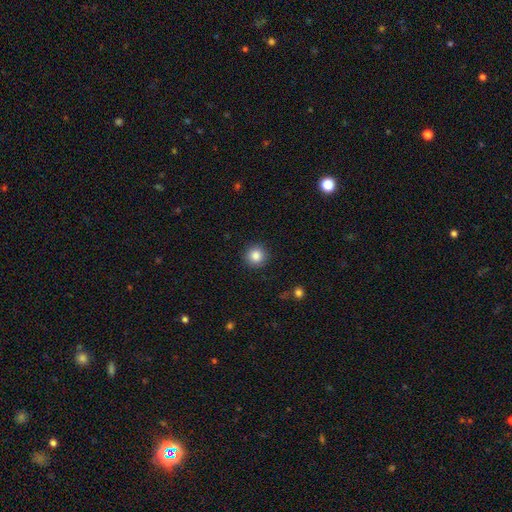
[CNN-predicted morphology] A smooth galaxy with no disk features (86%) that is round (95%). Merging: none (91%).